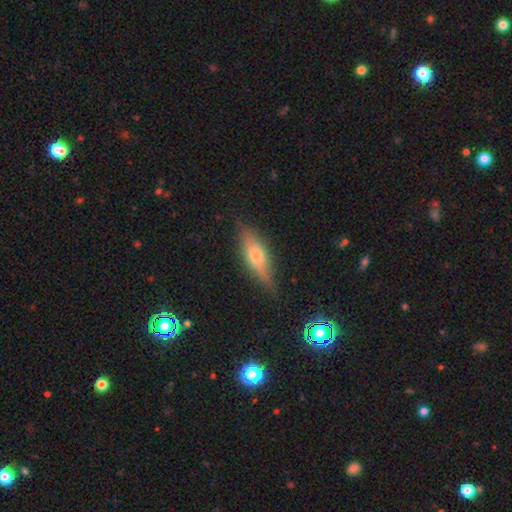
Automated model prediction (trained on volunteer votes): featured or disk 48%, smooth 42%, star or artifact 10%. Down the decision tree: merging — none (82%).